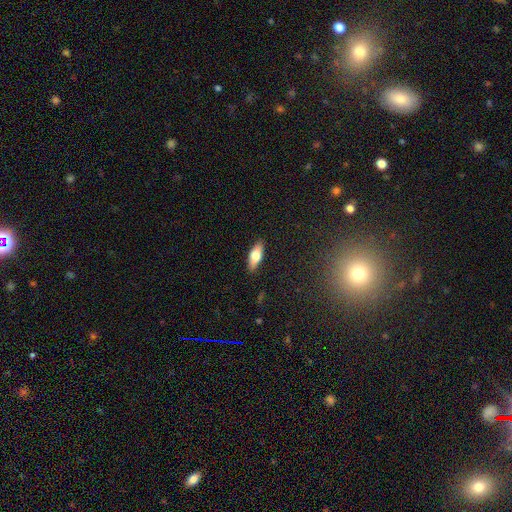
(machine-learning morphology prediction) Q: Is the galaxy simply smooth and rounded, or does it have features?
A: smooth — 69%.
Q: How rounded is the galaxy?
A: in between — 70%.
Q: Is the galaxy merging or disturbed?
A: none — 88%.